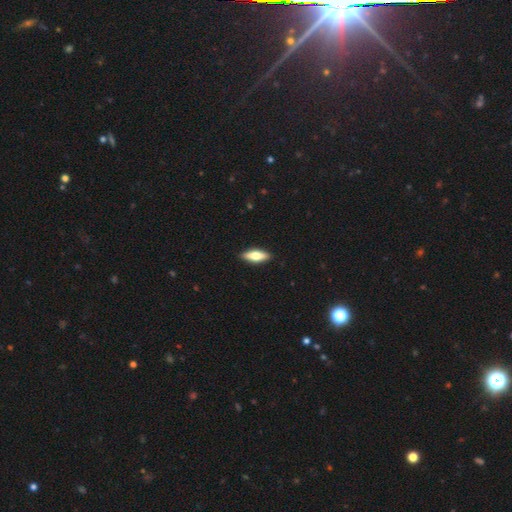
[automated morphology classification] Smooth or featured: smooth — 56% (featured or disk — 38%)
How rounded: in between — 58% (cigar-shaped — 40%)
Merging: none — 90% (minor disturbance — 8%)